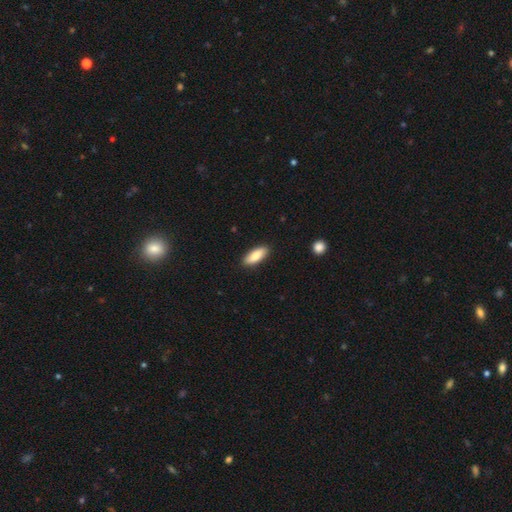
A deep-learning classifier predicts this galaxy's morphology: A smooth galaxy with no disk features (82%) that is in between round and cigar-shaped (73%). Merging: none (89%).